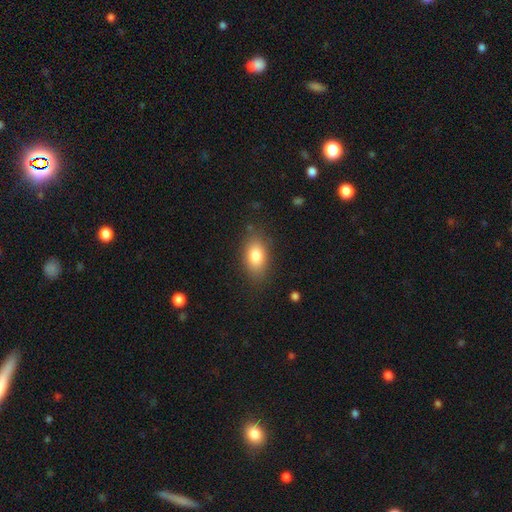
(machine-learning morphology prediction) A smooth galaxy with no disk features (82%) that is in between round and cigar-shaped (88%). Merging: none (82%).